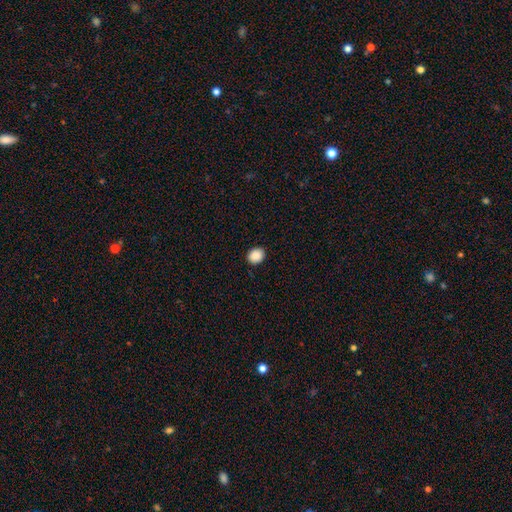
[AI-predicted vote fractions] Smooth or featured: smooth — 89% (star or artifact — 8%)
How rounded: round — 67% (in between — 32%)
Merging: none — 91% (minor disturbance — 6%)